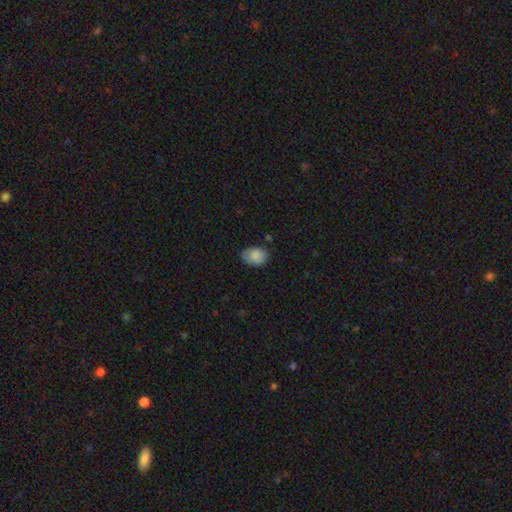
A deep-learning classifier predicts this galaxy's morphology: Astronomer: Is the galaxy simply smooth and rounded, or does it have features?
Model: smooth — 86%.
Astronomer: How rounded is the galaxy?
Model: in between — 76%.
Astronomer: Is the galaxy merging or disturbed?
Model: none — 68%.